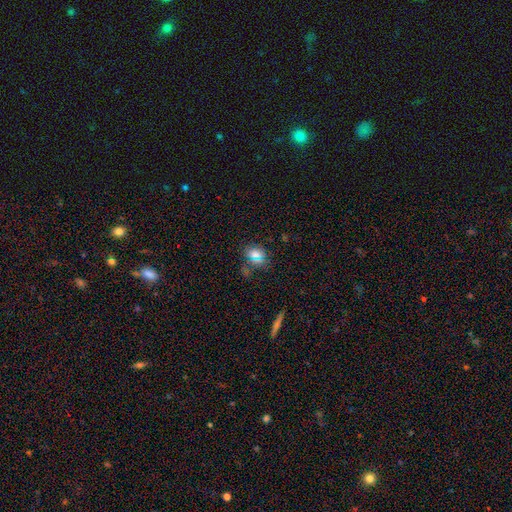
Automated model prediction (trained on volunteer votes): A smooth galaxy with no disk features (64%) that is in between round and cigar-shaped (54%). Merging: none (79%).